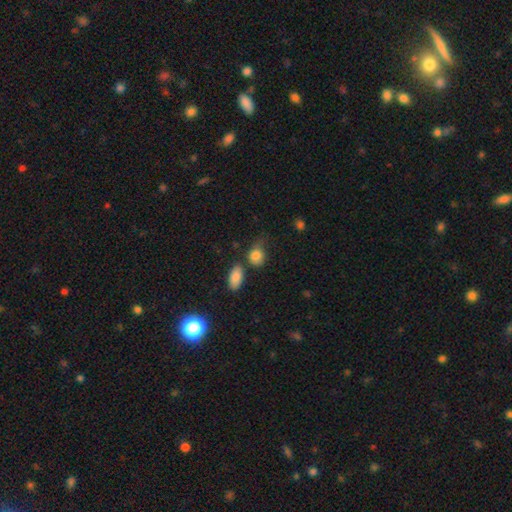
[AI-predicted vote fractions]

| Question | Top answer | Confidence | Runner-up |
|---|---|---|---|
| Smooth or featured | smooth | 84% | star or artifact (9%) |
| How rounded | round | 52% | in between (46%) |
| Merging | none | 44% | minor disturbance (31%) |